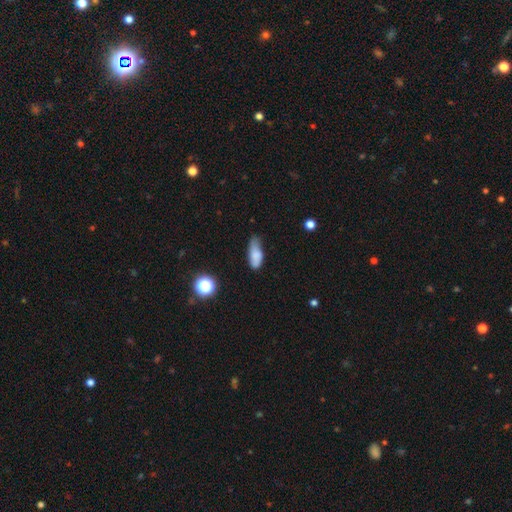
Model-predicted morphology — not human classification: smooth 77%, featured or disk 14%, star or artifact 9%. Down the decision tree: how rounded — in between (75%); merging — none (49%).